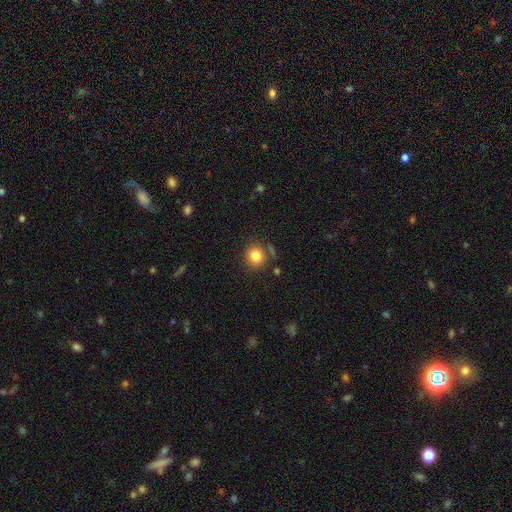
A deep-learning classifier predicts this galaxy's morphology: type=smooth (83%); roundness=round (85%); merging=none (78%).